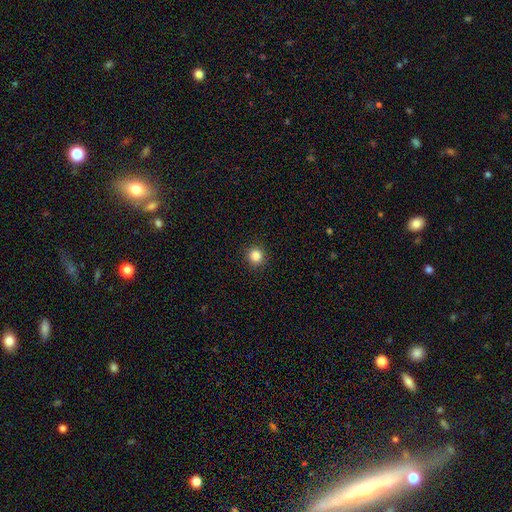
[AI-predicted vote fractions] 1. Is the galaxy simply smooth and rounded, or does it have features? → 84% smooth, 11% star or artifact, 4% featured or disk.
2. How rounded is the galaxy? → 94% round, 5% in between, 1% cigar-shaped.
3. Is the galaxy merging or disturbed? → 93% none, 5% minor disturbance, 2% major disturbance, 1% merger.